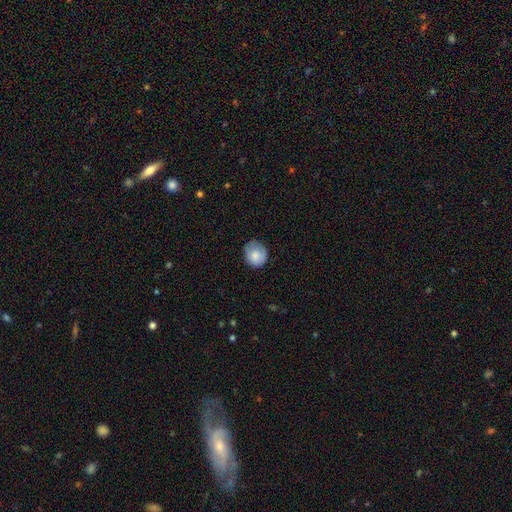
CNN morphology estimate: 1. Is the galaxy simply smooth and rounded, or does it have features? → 81% smooth, 11% featured or disk, 7% star or artifact.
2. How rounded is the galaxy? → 77% round, 22% in between, 1% cigar-shaped.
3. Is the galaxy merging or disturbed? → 70% none, 23% minor disturbance, 5% major disturbance, 1% merger.